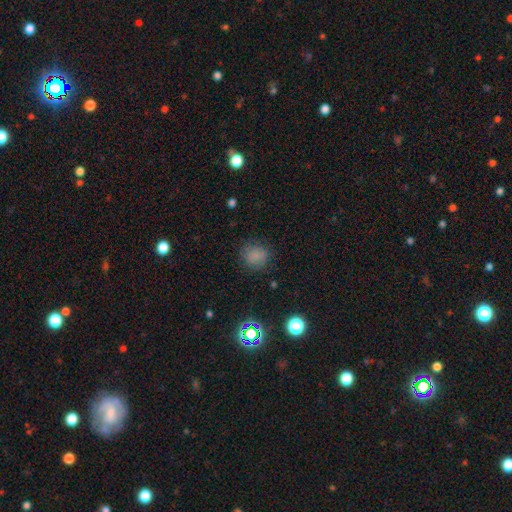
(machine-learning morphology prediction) Q: Smooth or featured?
A: smooth (78%); runner-up: star or artifact (17%)
Q: How rounded?
A: round (83%); runner-up: in between (16%)
Q: Merging?
A: none (82%); runner-up: minor disturbance (13%)